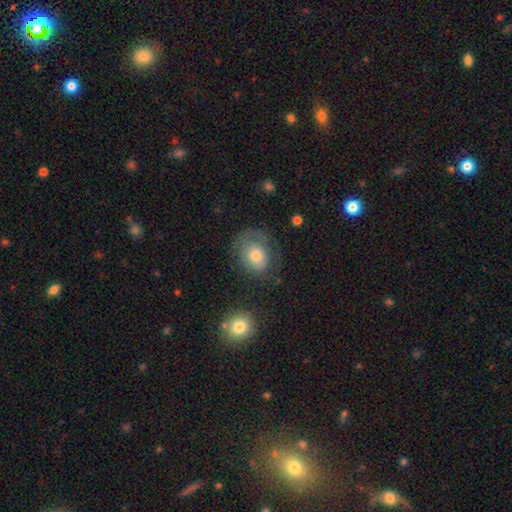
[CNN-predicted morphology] type=smooth (67%); roundness=in between (56%); merging=none (51%).